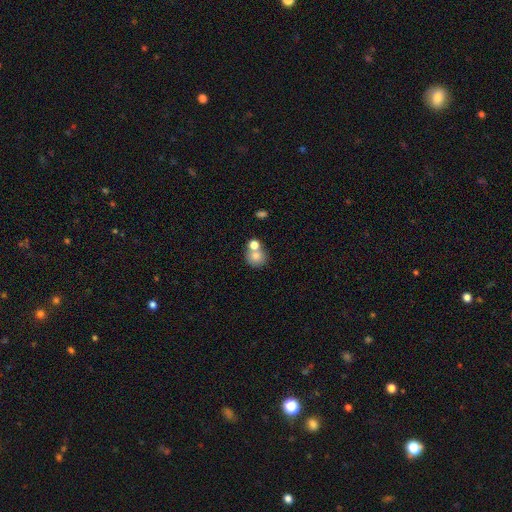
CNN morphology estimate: A smooth galaxy with no disk features (78%) that is round (82%).

Vote fractions:
- Smooth or featured? smooth: 78% / featured or disk: 12% / star or artifact: 10%
- How rounded? round: 82% / in between: 17% / cigar-shaped: 1%
- Merging? none: 48% / merger: 39% / minor disturbance: 9% / major disturbance: 4%